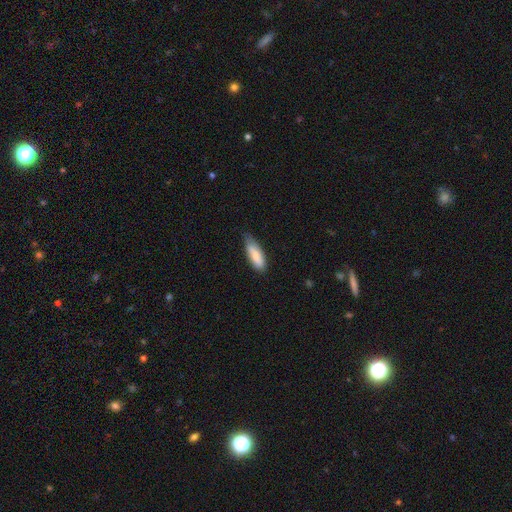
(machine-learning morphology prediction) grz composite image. It shows a smooth galaxy with no disk features (80%) that is in between round and cigar-shaped (59%). Merging: none (61%).